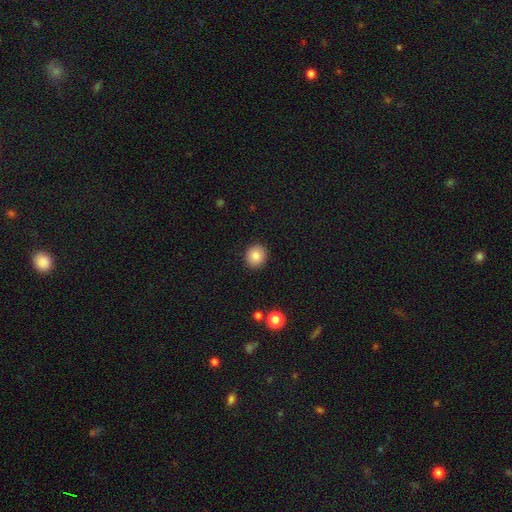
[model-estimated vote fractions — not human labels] smooth 84%, star or artifact 9%, featured or disk 7%. Down the decision tree: how rounded — round (84%); merging — none (91%).